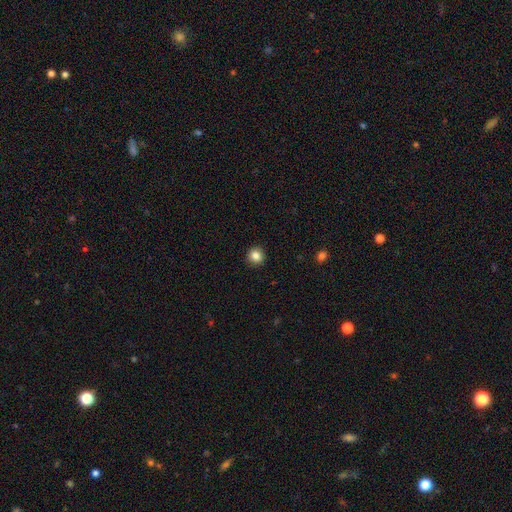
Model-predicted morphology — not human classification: Smooth or featured: smooth — 85% (star or artifact — 11%)
How rounded: round — 93% (in between — 6%)
Merging: none — 92% (minor disturbance — 5%)